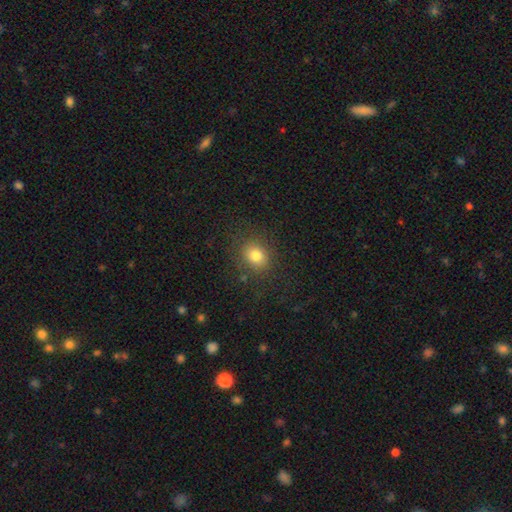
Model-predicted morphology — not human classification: The model was most divided on "how rounded": round: 70%, in between: 29%, cigar-shaped: 1%. More confident: merging — none (83%); smooth or featured — smooth (79%).